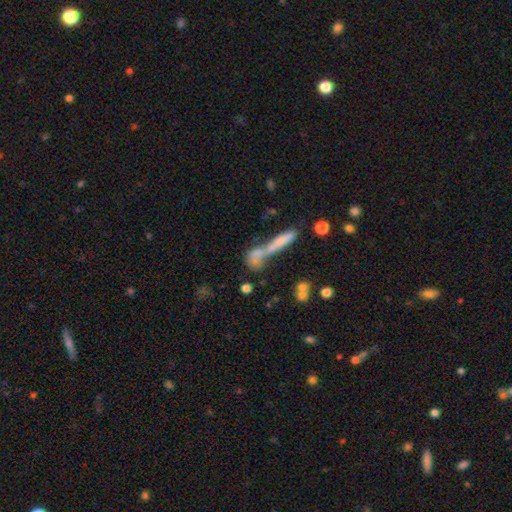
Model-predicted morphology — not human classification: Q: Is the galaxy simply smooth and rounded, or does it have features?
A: smooth — 62%.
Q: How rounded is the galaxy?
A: cigar-shaped — 57%.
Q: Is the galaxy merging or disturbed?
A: merger — 51%.